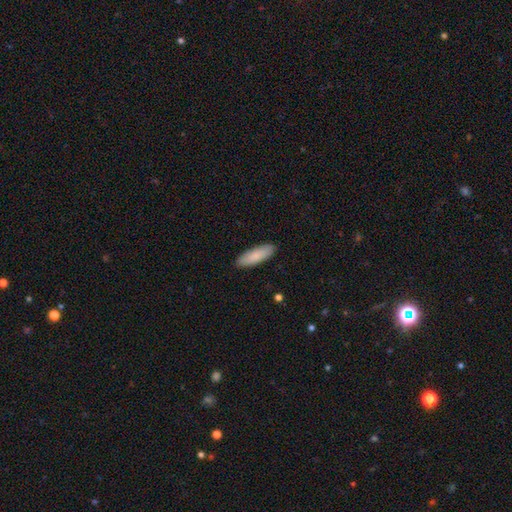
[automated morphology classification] Smooth or featured?
  - smooth: 87% *
  - featured or disk: 8%
  - star or artifact: 5%
How rounded?
  - cigar-shaped: 49% * (tied)
  - in between: 49% * (tied)
  - round: 1%
Merging?
  - none: 89% *
  - minor disturbance: 8%
  - major disturbance: 2%
  - merger: 1%